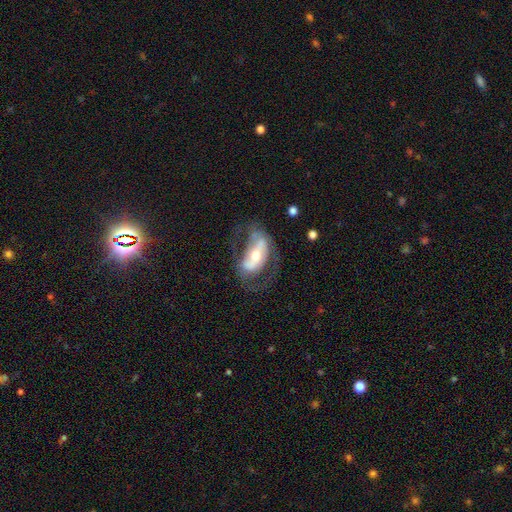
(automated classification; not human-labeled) featured or disk 74%, smooth 20%, star or artifact 6%. Down the decision tree: edge-on disk — no (92%); bar — strong (44%); spiral arms — yes (73%); bulge size — moderate (60%); merging — none (52%).